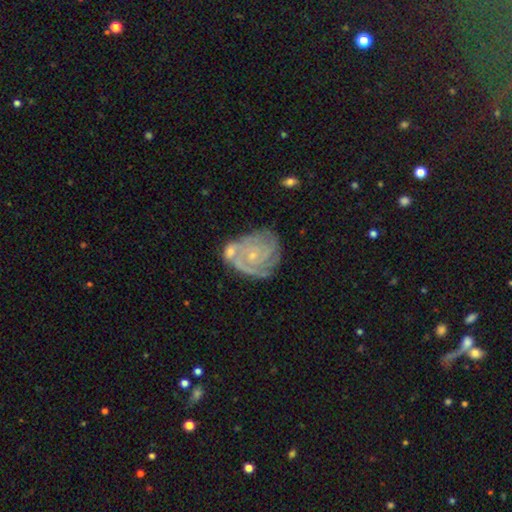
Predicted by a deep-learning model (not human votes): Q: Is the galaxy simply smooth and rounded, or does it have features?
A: featured or disk — 84%.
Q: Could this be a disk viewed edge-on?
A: no — 98%.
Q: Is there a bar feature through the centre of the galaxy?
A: no — 75%.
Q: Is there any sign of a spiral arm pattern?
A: yes — 94%.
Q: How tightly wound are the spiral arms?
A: tight — 71%.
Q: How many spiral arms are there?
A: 3 — 29%.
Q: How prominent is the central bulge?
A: small — 78%.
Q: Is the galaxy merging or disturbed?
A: none — 48%.